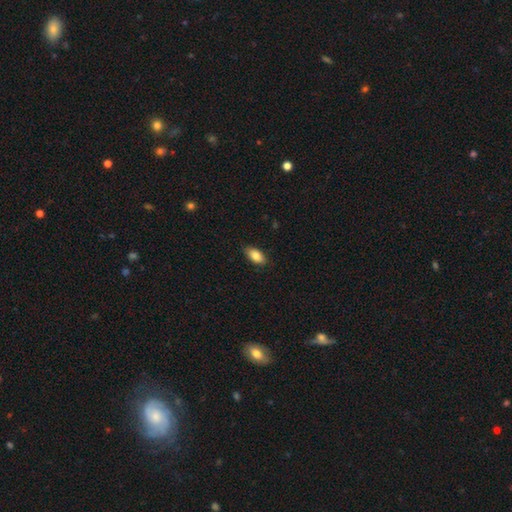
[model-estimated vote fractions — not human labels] smooth_or_featured: smooth (p=0.84) [alt: featured or disk p=0.09]
how_rounded: in between (p=0.91) [alt: cigar-shaped p=0.05]
merging: none (p=0.83) [alt: minor disturbance p=0.14]